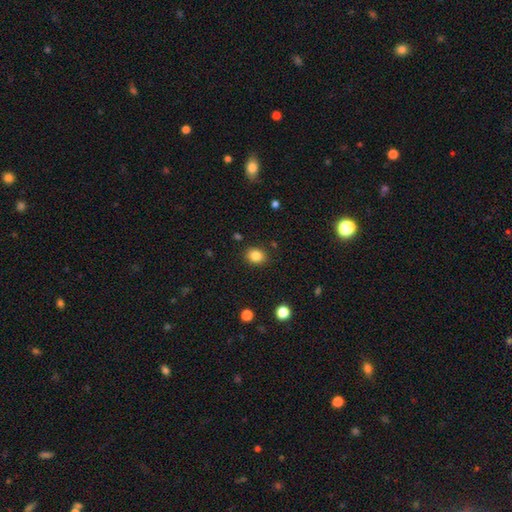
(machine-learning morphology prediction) smooth 84%, star or artifact 11%, featured or disk 5%. Down the decision tree: how rounded — round (58%); merging — none (87%).